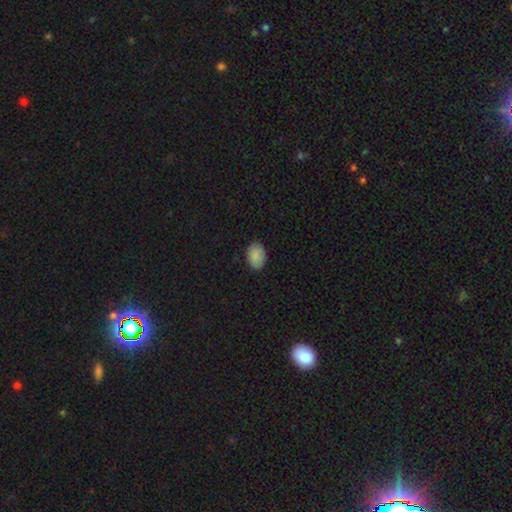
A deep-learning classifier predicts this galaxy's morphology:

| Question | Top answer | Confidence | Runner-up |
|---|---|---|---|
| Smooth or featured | smooth | 89% | star or artifact (8%) |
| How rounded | in between | 83% | round (16%) |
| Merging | none | 86% | minor disturbance (11%) |